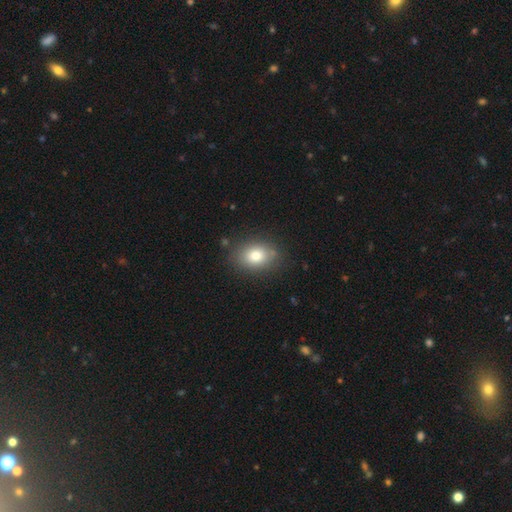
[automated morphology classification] type=smooth (80%); roundness=in between (68%); merging=none (81%).